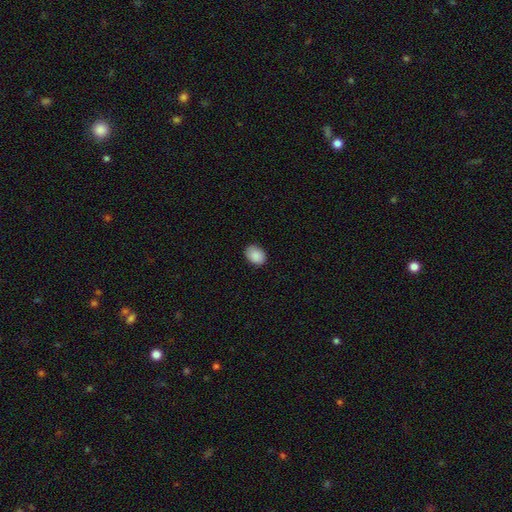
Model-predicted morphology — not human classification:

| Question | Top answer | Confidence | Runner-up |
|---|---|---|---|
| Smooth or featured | smooth | 89% | star or artifact (7%) |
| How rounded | in between | 69% | round (30%) |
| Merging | none | 84% | minor disturbance (13%) |